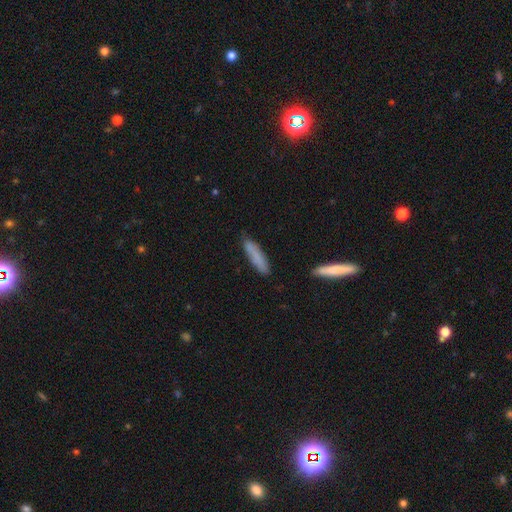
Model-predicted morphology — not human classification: This is likely a smooth galaxy (79%). How rounded: clearly cigar-shaped (83%). Merging: likely none (80%).